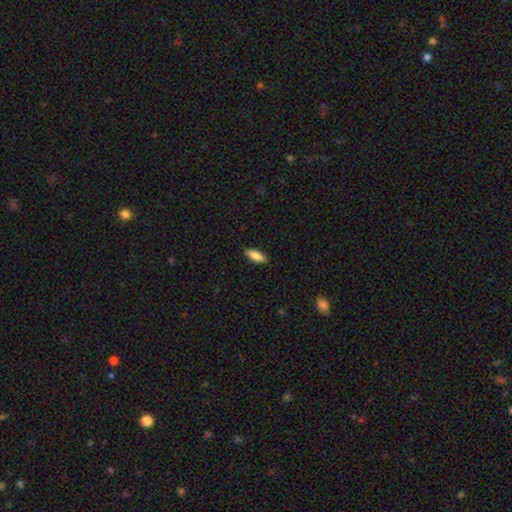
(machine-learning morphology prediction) A smooth galaxy with no disk features (80%) that is in between round and cigar-shaped (70%).

Vote fractions:
- Smooth or featured? smooth: 80% / featured or disk: 13% / star or artifact: 6%
- How rounded? in between: 70% / cigar-shaped: 28% / round: 2%
- Merging? none: 87% / minor disturbance: 10% / major disturbance: 2% / merger: 1%